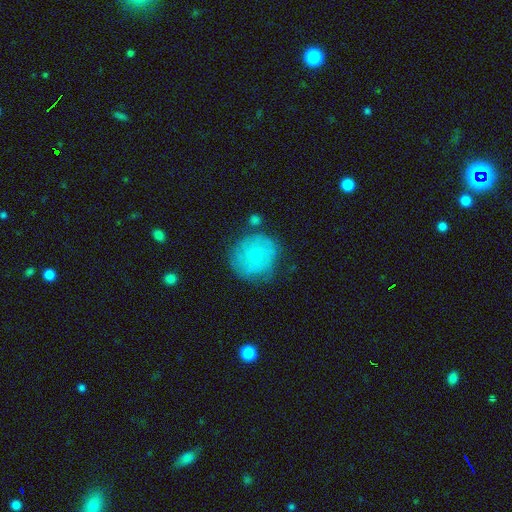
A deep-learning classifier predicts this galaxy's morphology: This appears to be a smooth galaxy with no disk features (53%) that is round (90%). Merging: none (67%).